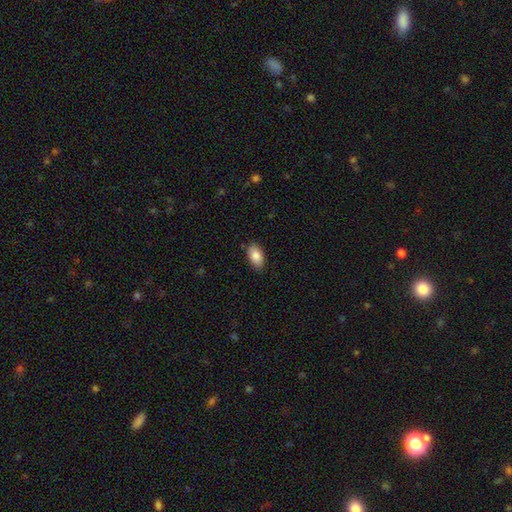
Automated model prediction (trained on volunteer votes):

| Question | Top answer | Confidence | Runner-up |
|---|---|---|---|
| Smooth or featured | smooth | 87% | star or artifact (7%) |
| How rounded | in between | 93% | round (4%) |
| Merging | none | 85% | minor disturbance (12%) |